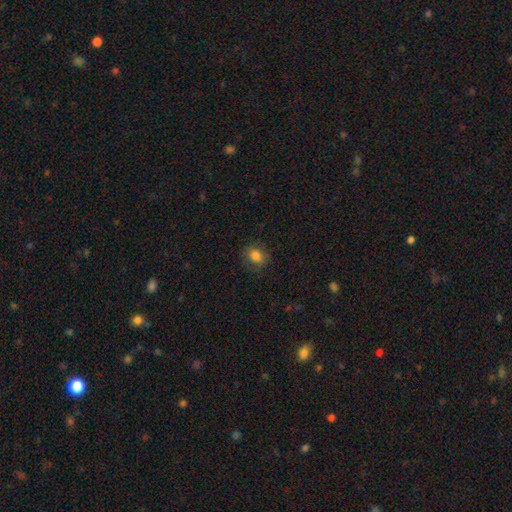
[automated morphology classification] smooth-or-featured: smooth: 80% | star or artifact: 11% | featured or disk: 9%
  how-rounded: round: 55% | in between: 44% | cigar-shaped: 1%
  merging: none: 79% | minor disturbance: 15% | major disturbance: 5% | merger: 1%